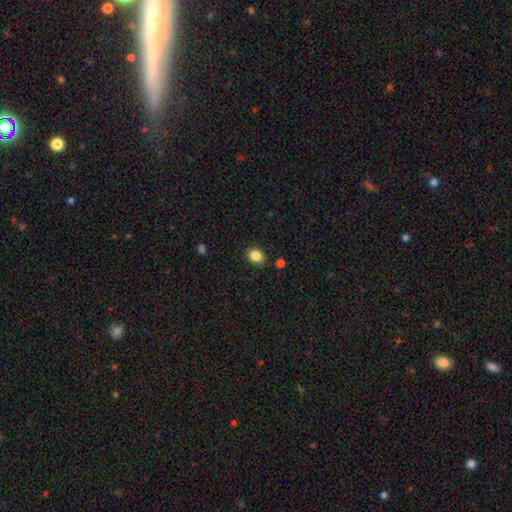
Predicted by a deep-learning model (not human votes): The model was most divided on "how rounded": in between: 61%, round: 38%, cigar-shaped: 1%. More confident: smooth or featured — smooth (86%); merging — none (86%).